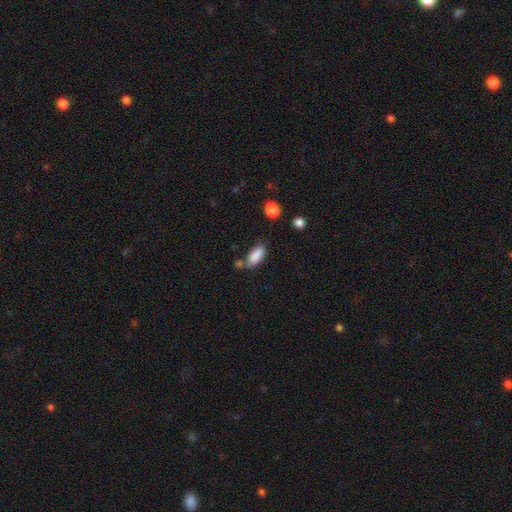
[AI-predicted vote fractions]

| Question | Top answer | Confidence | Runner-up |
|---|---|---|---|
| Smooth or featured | smooth | 87% | star or artifact (8%) |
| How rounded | in between | 88% | cigar-shaped (10%) |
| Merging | none | 64% | minor disturbance (18%) |